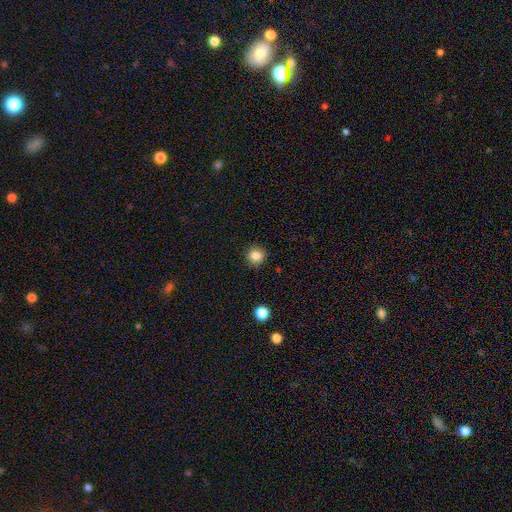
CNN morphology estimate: smooth 84%, star or artifact 11%, featured or disk 5%. Down the decision tree: how rounded — round (92%); merging — none (89%).